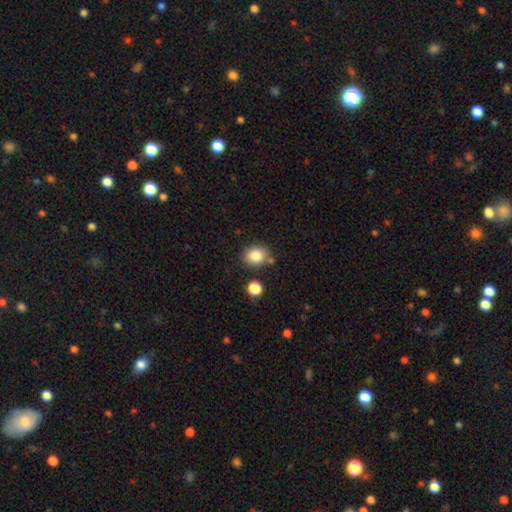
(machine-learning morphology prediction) Smooth or featured: smooth — 84% (star or artifact — 9%)
How rounded: round — 55% (in between — 44%)
Merging: none — 78% (minor disturbance — 12%)